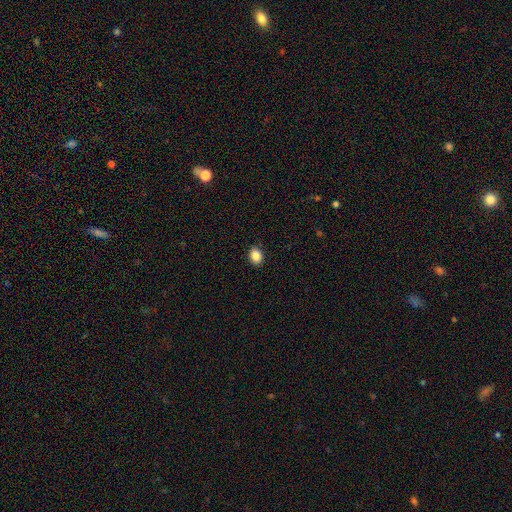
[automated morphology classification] Smooth or featured? smooth (88%)
How rounded? in between (67%)
Merging? none (90%)